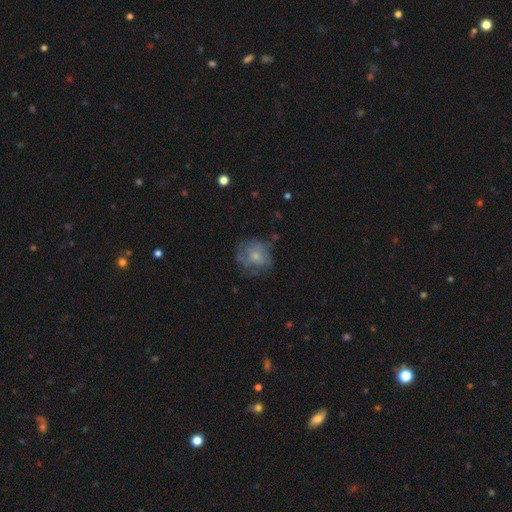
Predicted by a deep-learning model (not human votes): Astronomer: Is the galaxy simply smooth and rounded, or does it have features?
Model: smooth — 49% (runner-up: featured or disk, 42%).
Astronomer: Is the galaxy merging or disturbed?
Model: none — 53%.